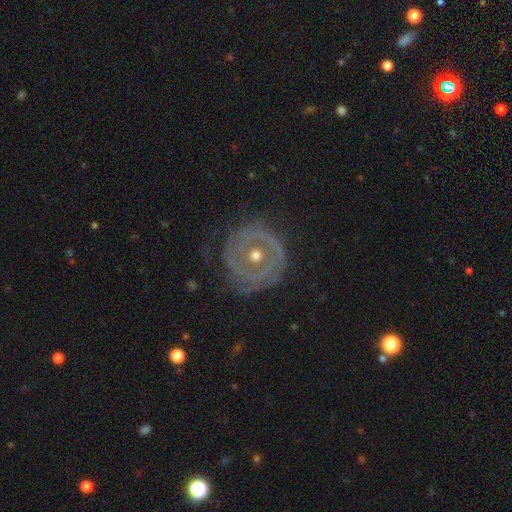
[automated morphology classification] smooth-or-featured: featured or disk: 73% | smooth: 19% | star or artifact: 7%
  disk-edge-on: no: 96% | yes: 4%
    bar: no: 81% | weak: 14% | strong: 5%
    has-spiral-arms: yes: 52% | no: 48%
    bulge-size: moderate: 71% | small: 23% | large: 4% | none: 1% | dominant: 1%
  merging: none: 70% | minor disturbance: 19% | major disturbance: 10% | merger: 2%